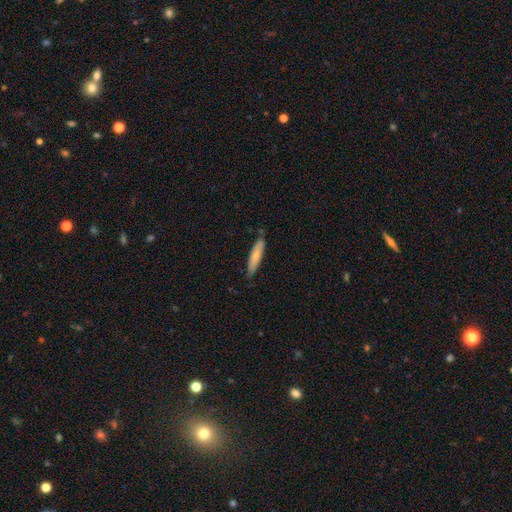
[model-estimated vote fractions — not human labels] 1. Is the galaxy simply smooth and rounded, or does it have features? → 71% smooth, 23% featured or disk, 6% star or artifact.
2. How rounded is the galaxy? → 80% cigar-shaped, 19% in between, 1% round.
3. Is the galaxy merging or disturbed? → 78% none, 17% minor disturbance, 2% major disturbance, 2% merger.